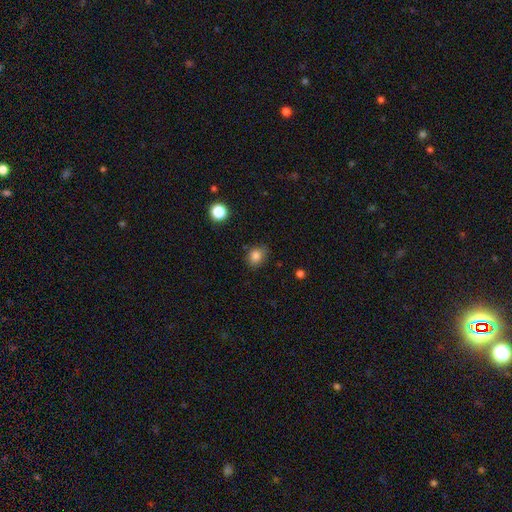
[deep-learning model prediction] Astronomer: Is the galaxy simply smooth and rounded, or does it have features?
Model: smooth — 83%.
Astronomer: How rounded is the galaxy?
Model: round — 58% (runner-up: in between, 41%).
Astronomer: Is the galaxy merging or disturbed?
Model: none — 76%.